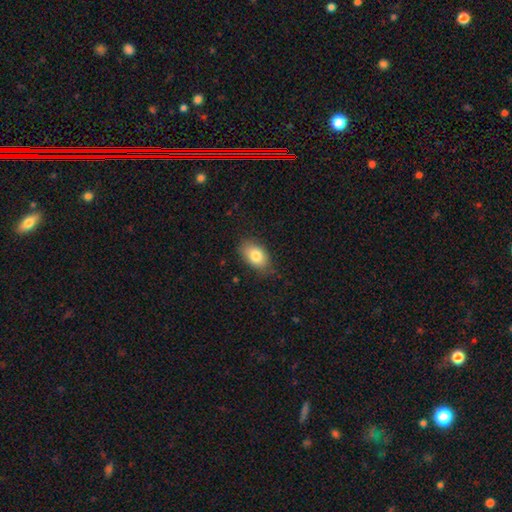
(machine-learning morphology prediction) This appears to be a smooth galaxy with no disk features (82%) that is in between round and cigar-shaped (88%). Merging: none (78%).